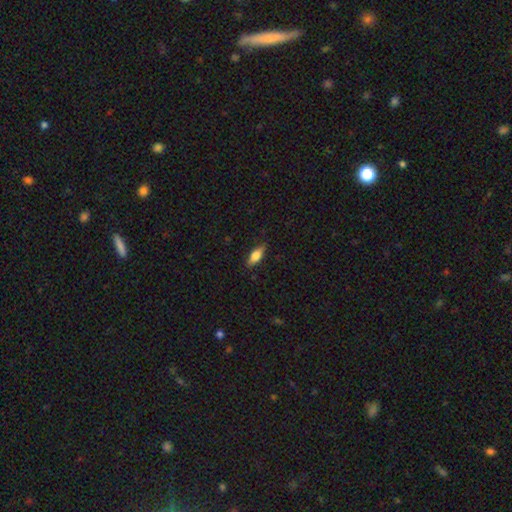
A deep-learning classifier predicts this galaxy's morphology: A smooth galaxy with no disk features (74%) that is in between round and cigar-shaped (72%). Merging: none (84%).